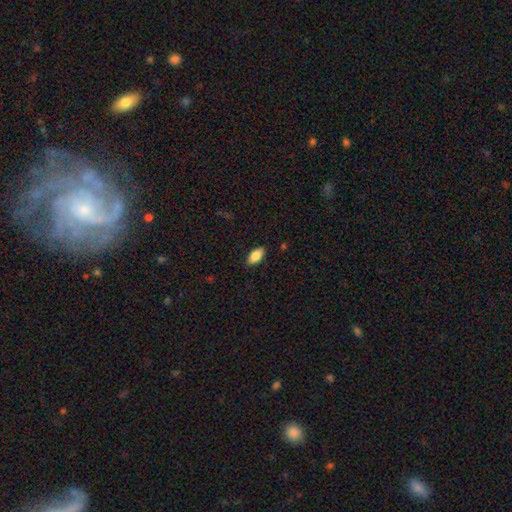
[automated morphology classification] Smooth or featured?
  - smooth: 85% *
  - featured or disk: 8%
  - star or artifact: 7%
How rounded?
  - in between: 92% *
  - cigar-shaped: 6%
  - round: 3%
Merging?
  - none: 87% *
  - minor disturbance: 10%
  - major disturbance: 2%
  - merger: 1%